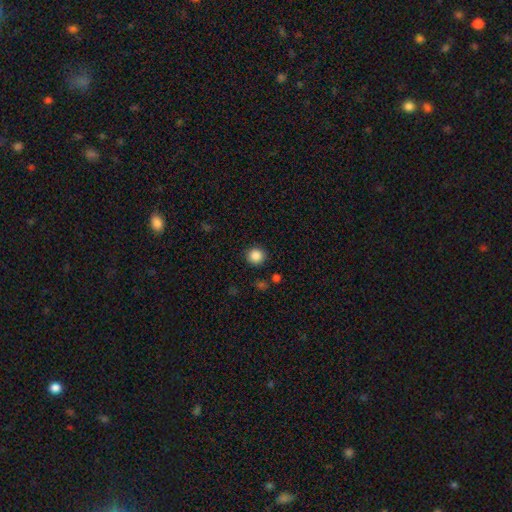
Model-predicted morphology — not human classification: Smooth or featured?
  - smooth: 87% *
  - star or artifact: 10%
  - featured or disk: 3%
How rounded?
  - round: 93% *
  - in between: 6%
  - cigar-shaped: 1%
Merging?
  - none: 90% *
  - minor disturbance: 6%
  - major disturbance: 2%
  - merger: 2%